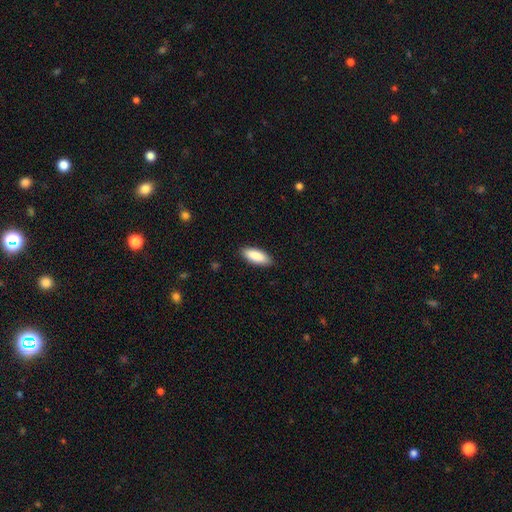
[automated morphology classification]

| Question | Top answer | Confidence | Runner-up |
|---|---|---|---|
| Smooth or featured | smooth | 89% | featured or disk (6%) |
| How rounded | in between | 74% | cigar-shaped (24%) |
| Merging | none | 88% | minor disturbance (9%) |